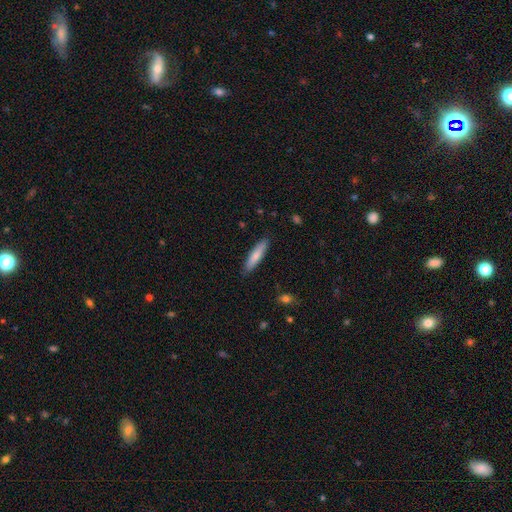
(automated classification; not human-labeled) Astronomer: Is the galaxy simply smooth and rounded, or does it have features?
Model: smooth — 78%.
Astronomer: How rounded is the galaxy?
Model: cigar-shaped — 79%.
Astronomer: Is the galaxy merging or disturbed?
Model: none — 88%.